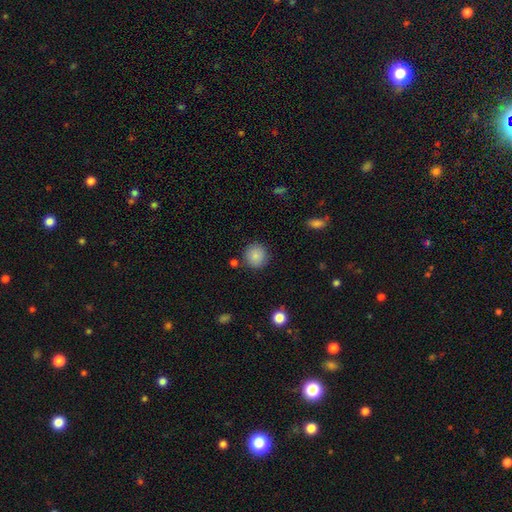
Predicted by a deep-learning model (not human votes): Morphology: type=smooth (85%); roundness=round (93%); merging=none (86%).